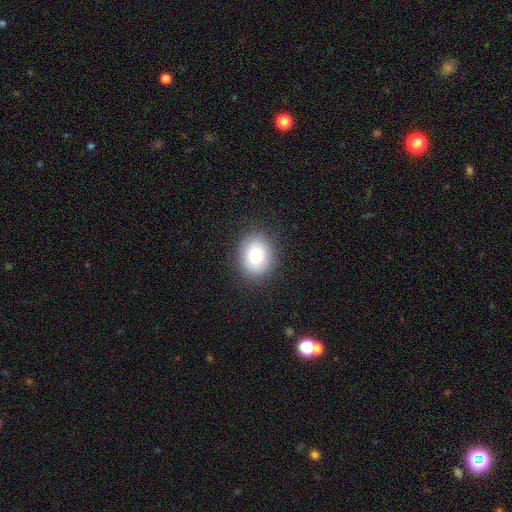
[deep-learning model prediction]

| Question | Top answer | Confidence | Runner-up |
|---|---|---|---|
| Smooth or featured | smooth | 81% | featured or disk (11%) |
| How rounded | in between | 51% | round (48%) |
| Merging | none | 85% | minor disturbance (10%) |